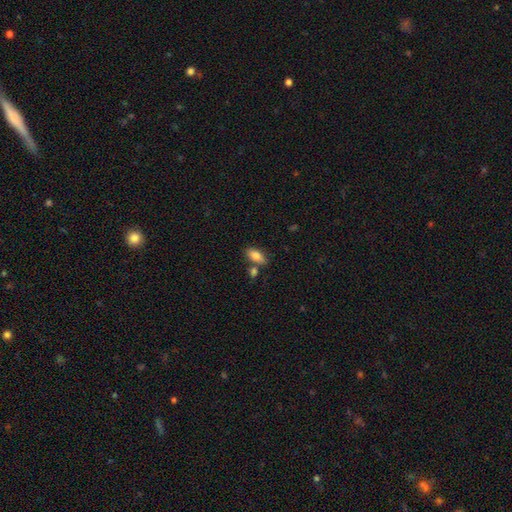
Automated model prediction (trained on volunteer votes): smooth 83%, featured or disk 10%, star or artifact 7%. Down the decision tree: how rounded — in between (88%); merging — none (66%).